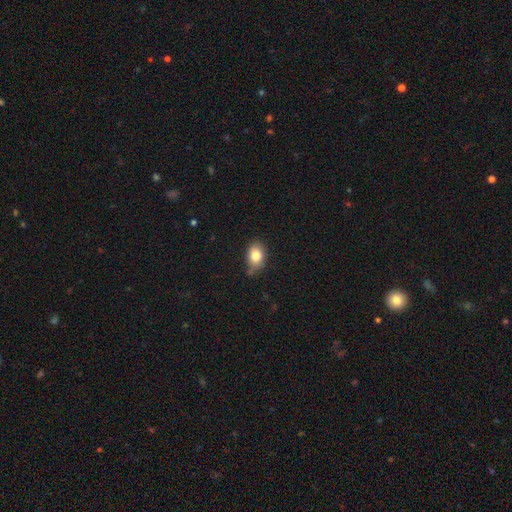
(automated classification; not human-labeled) smooth 81%, featured or disk 10%, star or artifact 9%. Down the decision tree: how rounded — in between (75%); merging — none (67%).